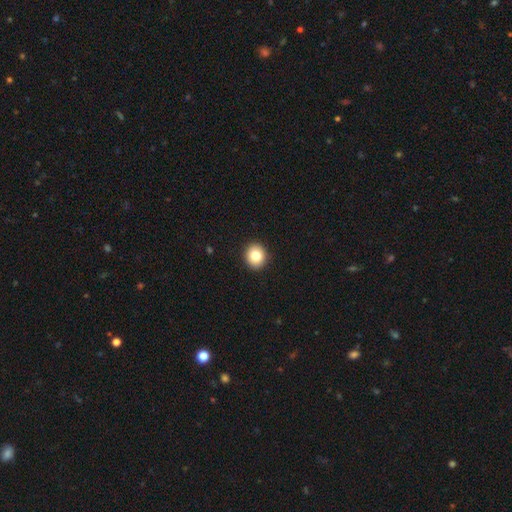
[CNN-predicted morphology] smooth 82%, star or artifact 9%, featured or disk 9%. Down the decision tree: how rounded — round (79%); merging — none (93%).